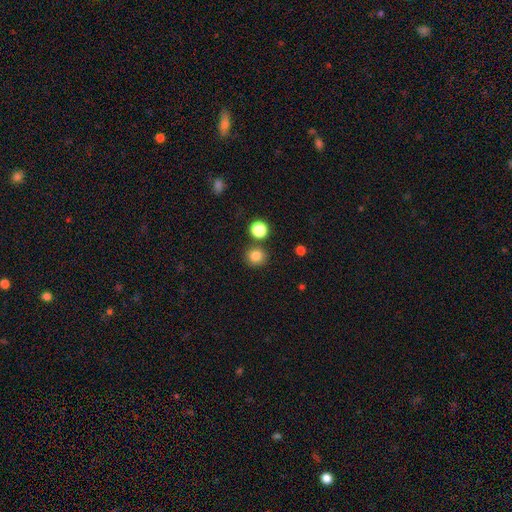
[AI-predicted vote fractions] Smooth or featured?
  - smooth: 83% *
  - star or artifact: 12%
  - featured or disk: 5%
How rounded?
  - round: 88% *
  - in between: 11%
  - cigar-shaped: 1%
Merging?
  - none: 81% *
  - merger: 8%
  - minor disturbance: 8%
  - major disturbance: 3%